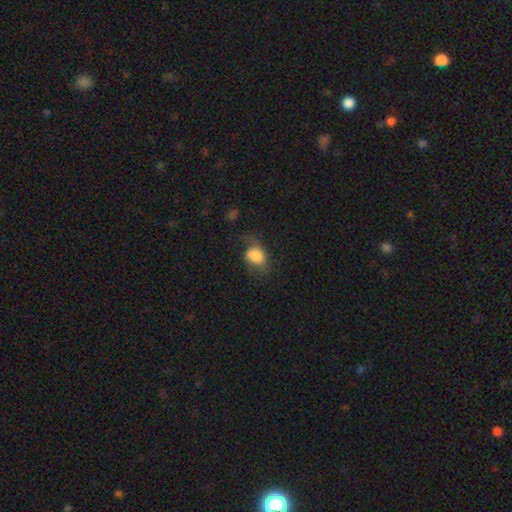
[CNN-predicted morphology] A smooth galaxy with no disk features (75%) that is in between round and cigar-shaped (73%).

Vote fractions:
- Smooth or featured? smooth: 75% / featured or disk: 16% / star or artifact: 9%
- How rounded? in between: 73% / round: 26% / cigar-shaped: 2%
- Merging? none: 38% / major disturbance: 30% / minor disturbance: 29% / merger: 3%